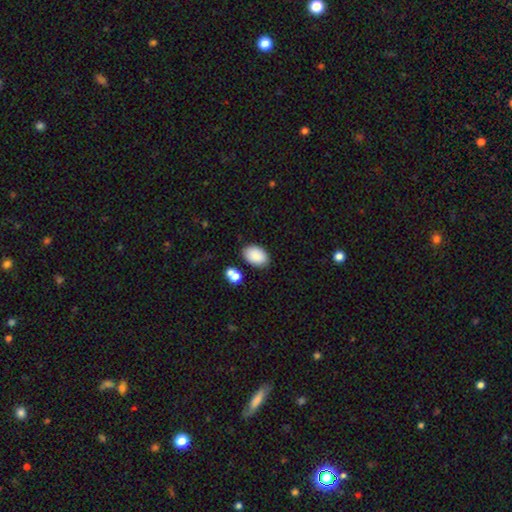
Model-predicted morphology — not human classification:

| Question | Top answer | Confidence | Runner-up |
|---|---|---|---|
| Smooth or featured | smooth | 88% | star or artifact (7%) |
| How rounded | in between | 89% | round (9%) |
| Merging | none | 81% | minor disturbance (11%) |